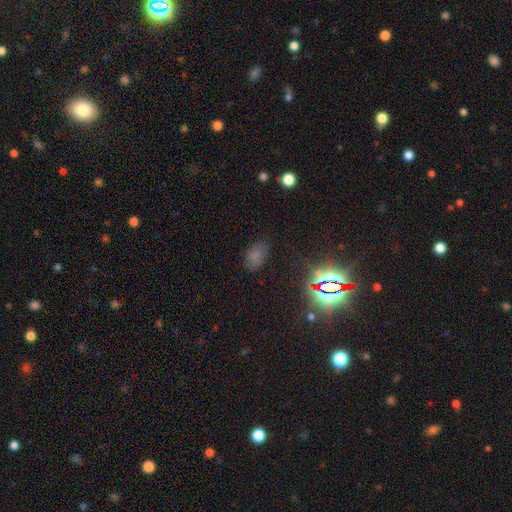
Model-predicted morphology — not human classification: This appears to be a smooth galaxy with no disk features (59%) that is in between round and cigar-shaped (87%). Merging: none (72%).